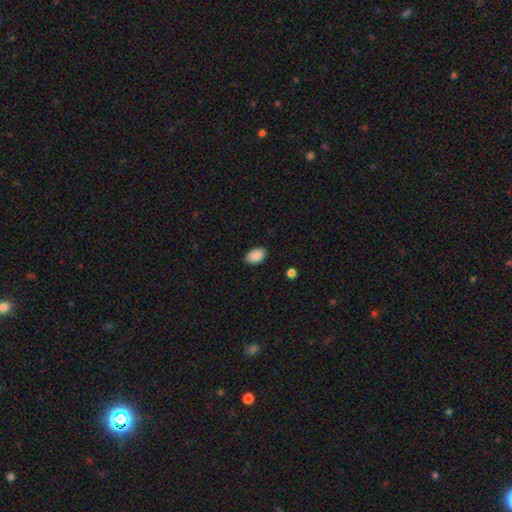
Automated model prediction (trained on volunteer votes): Smooth or featured? smooth (90%)
How rounded? in between (90%)
Merging? none (87%)